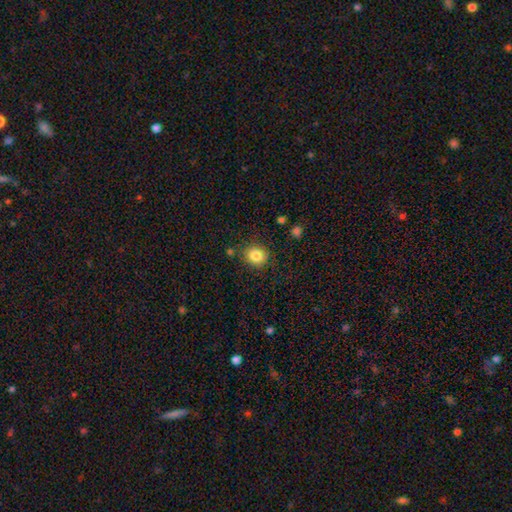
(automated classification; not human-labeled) Q: Smooth or featured?
A: smooth (84%); runner-up: star or artifact (10%)
Q: How rounded?
A: round (68%); runner-up: in between (31%)
Q: Merging?
A: none (83%); runner-up: minor disturbance (12%)